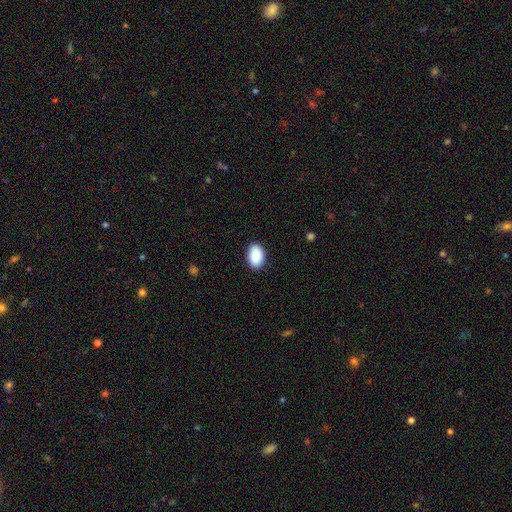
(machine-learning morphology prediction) type=smooth (91%); roundness=in between (91%); merging=none (89%).